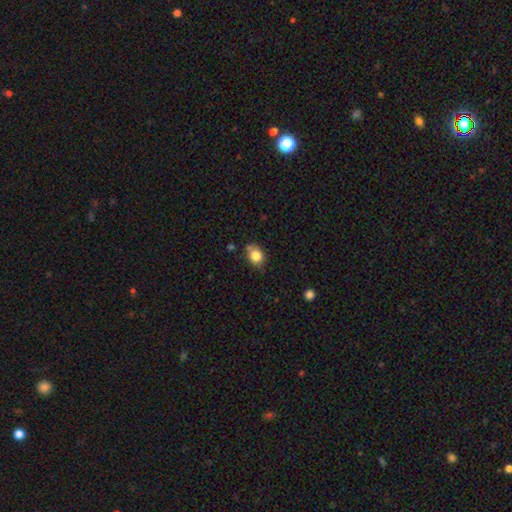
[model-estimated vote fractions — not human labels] Morphology: type=smooth (82%); roundness=in between (50%); merging=none (63%).